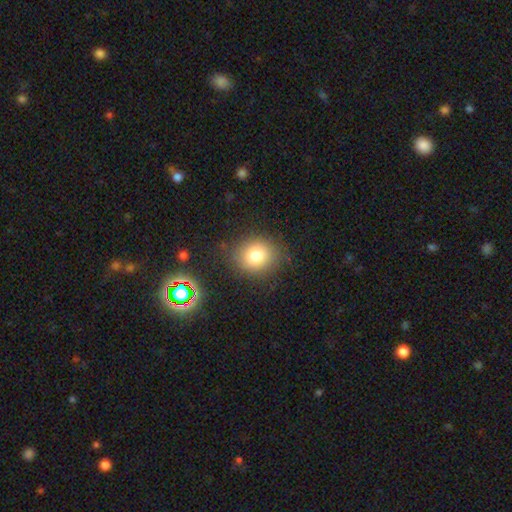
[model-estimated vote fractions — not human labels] Smooth or featured? Predicted: smooth (p=0.79). How rounded? Predicted: round (p=0.70). Merging? Predicted: none (p=0.82).